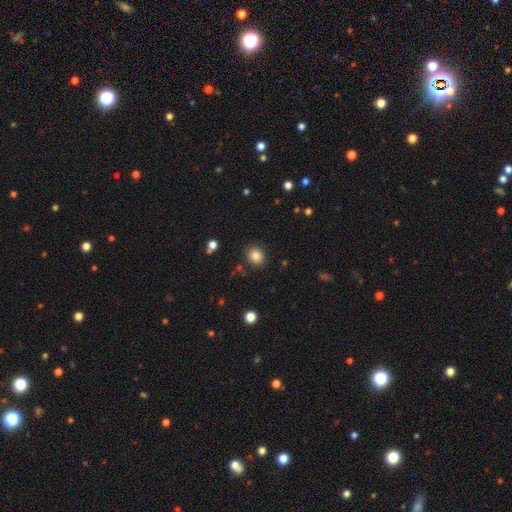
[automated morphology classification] A smooth galaxy with no disk features (84%) that is round (72%).

Vote fractions:
- Smooth or featured? smooth: 84% / star or artifact: 11% / featured or disk: 5%
- How rounded? round: 72% / in between: 27% / cigar-shaped: 1%
- Merging? none: 87% / minor disturbance: 8% / major disturbance: 3% / merger: 2%